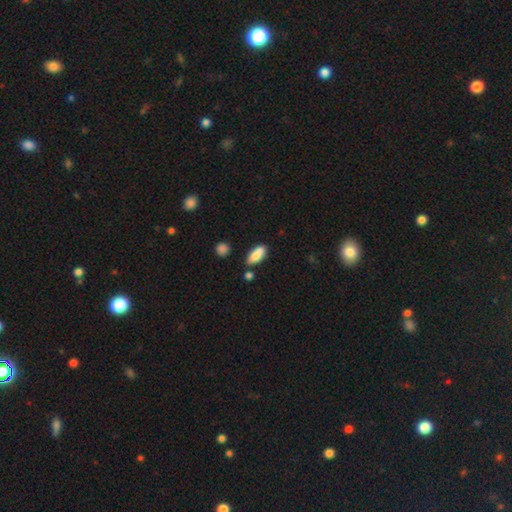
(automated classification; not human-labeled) A smooth galaxy with no disk features (79%) that is in between round and cigar-shaped (78%).

Vote fractions:
- Smooth or featured? smooth: 79% / featured or disk: 14% / star or artifact: 7%
- How rounded? in between: 78% / cigar-shaped: 19% / round: 3%
- Merging? none: 67% / minor disturbance: 16% / merger: 14% / major disturbance: 4%